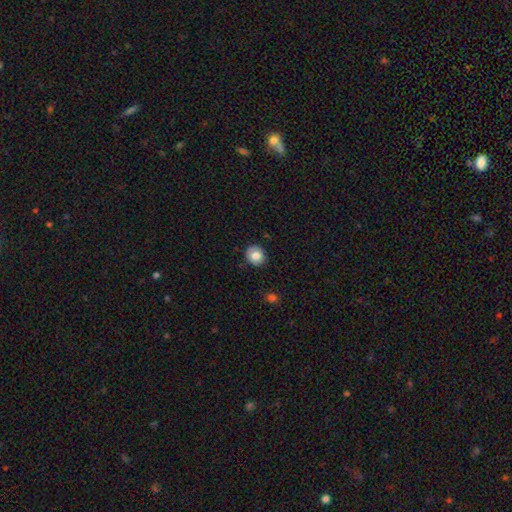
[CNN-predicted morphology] A smooth galaxy with no disk features (79%) that is round (82%). Merging: none (87%).